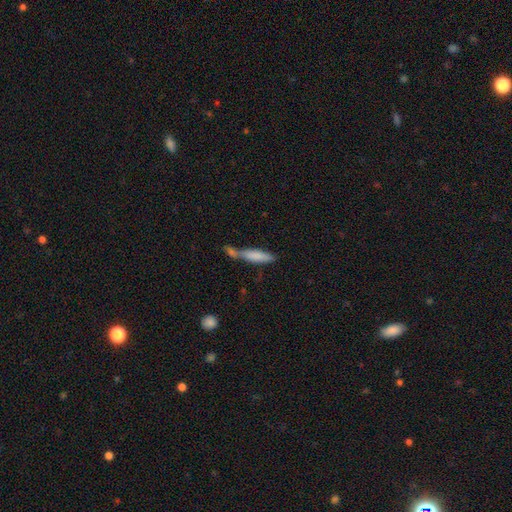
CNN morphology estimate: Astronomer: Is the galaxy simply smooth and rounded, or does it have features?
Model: smooth — 76%.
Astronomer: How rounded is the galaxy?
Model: cigar-shaped — 75%.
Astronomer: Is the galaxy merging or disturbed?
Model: merger — 50% (runner-up: none, 31%).